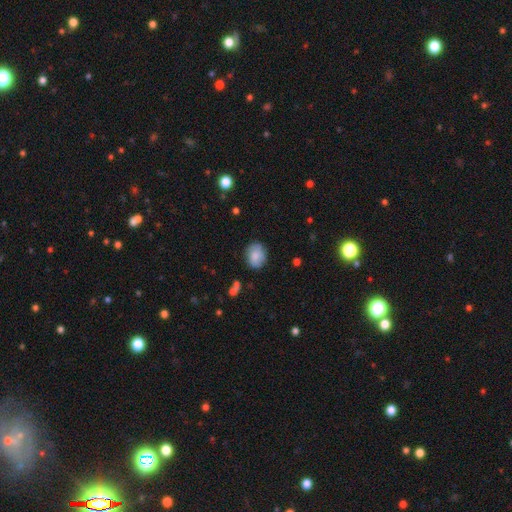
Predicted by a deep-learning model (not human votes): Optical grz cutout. It shows a smooth galaxy with no disk features (77%) that is in between round and cigar-shaped (52%). Merging: none (76%).